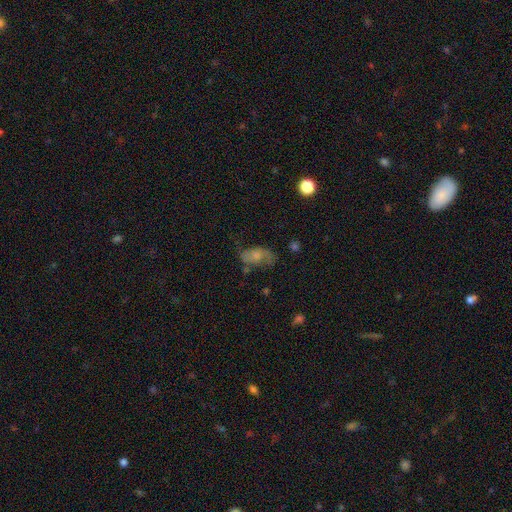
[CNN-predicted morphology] type=smooth (45%); merging=none (51%).